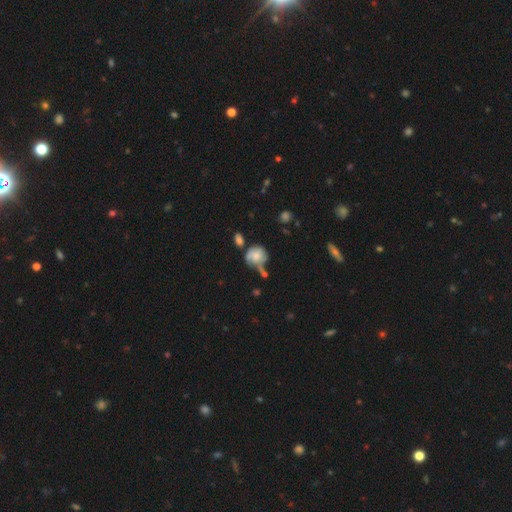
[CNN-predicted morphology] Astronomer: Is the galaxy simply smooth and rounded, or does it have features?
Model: smooth — 65%.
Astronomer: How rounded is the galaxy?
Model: round — 69%.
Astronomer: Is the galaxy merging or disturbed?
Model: none — 35% (runner-up: minor disturbance, 26%).